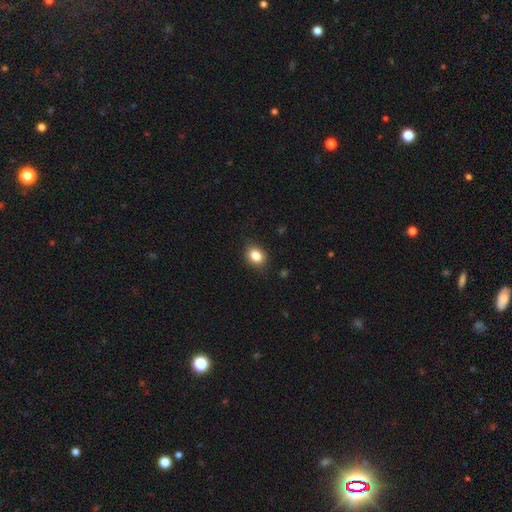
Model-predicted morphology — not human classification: smooth-or-featured: smooth: 84% | star or artifact: 10% | featured or disk: 6%
  how-rounded: in between: 59% | round: 40% | cigar-shaped: 1%
  merging: none: 86% | minor disturbance: 11% | major disturbance: 3% | merger: 1%